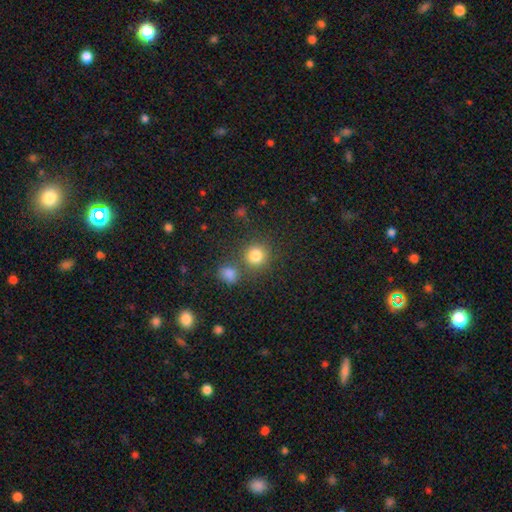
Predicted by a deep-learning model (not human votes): This appears to be a smooth galaxy with no disk features (82%) that is round (90%). Merging: none (71%).